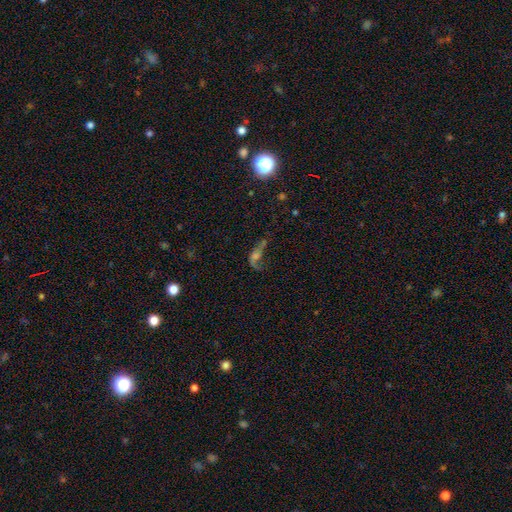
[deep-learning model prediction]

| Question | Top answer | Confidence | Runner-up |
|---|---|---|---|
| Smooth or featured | featured or disk | 54% | smooth (24%) |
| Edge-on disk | no | 86% | yes (14%) |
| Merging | major disturbance | 40% | none (35%) |